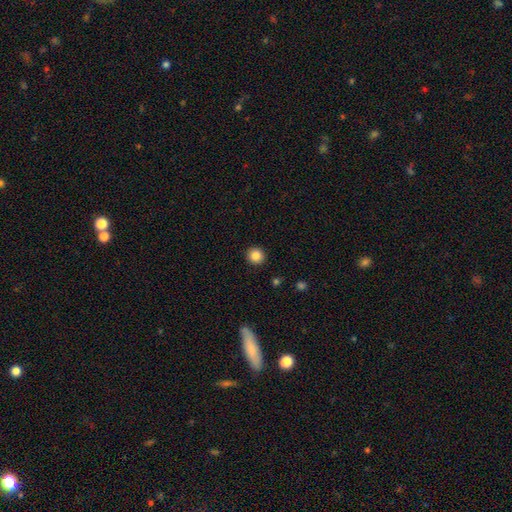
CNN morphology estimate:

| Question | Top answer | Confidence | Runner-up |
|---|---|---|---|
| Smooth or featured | smooth | 85% | star or artifact (10%) |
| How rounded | round | 93% | in between (6%) |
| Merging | none | 93% | minor disturbance (5%) |